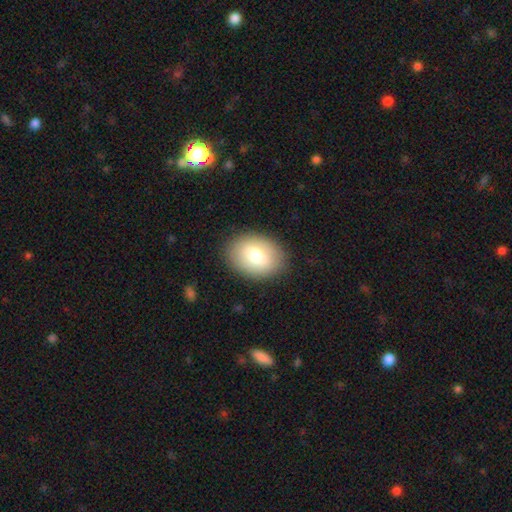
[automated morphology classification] smooth 74%, featured or disk 19%, star or artifact 7%. Down the decision tree: how rounded — in between (77%); merging — none (87%).